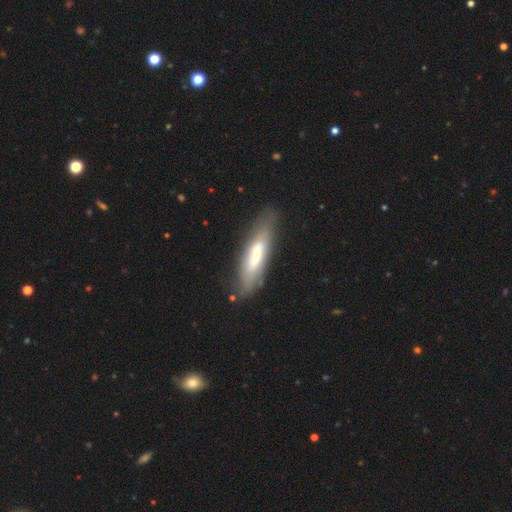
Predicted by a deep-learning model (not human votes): A smooth galaxy with no disk features (50%). Merging: none (75%).